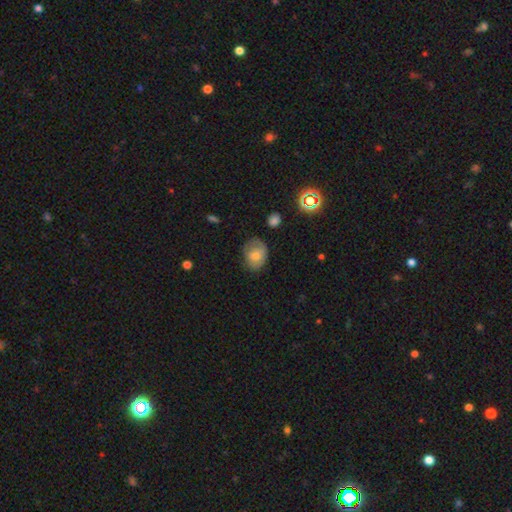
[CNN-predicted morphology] Smooth or featured: smooth — 64% (featured or disk — 25%)
How rounded: in between — 60% (round — 39%)
Merging: none — 64% (minor disturbance — 27%)